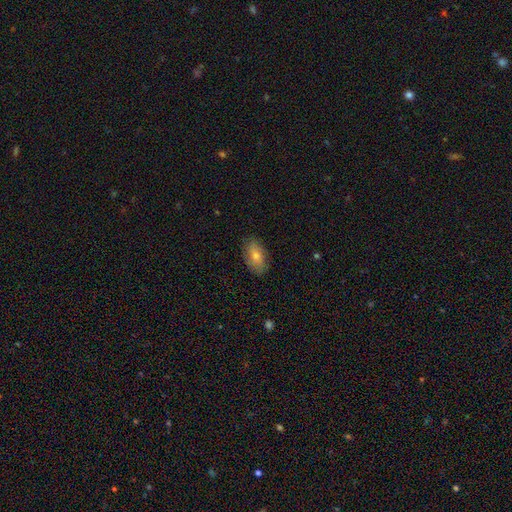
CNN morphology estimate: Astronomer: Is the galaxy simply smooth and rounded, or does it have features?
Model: smooth — 63%.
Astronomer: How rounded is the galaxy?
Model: in between — 90%.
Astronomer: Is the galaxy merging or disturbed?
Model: none — 83%.